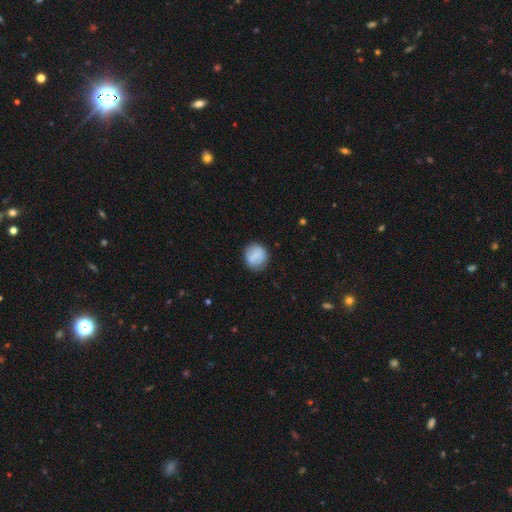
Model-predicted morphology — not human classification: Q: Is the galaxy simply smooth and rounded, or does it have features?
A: smooth — 72%.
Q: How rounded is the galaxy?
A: round — 84%.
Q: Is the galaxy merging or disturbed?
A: none — 82%.